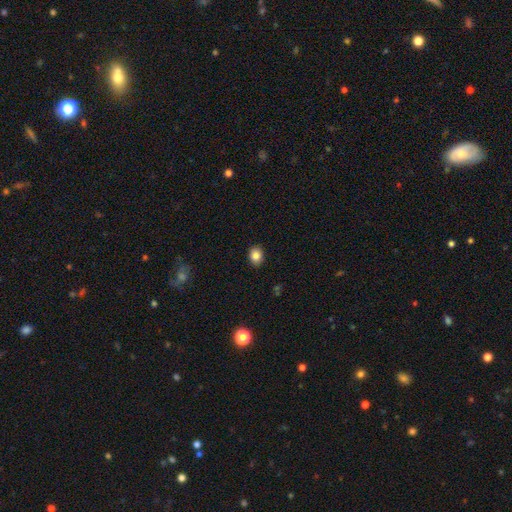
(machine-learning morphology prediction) Smooth or featured? smooth (86%)
How rounded? in between (52%)
Merging? none (90%)